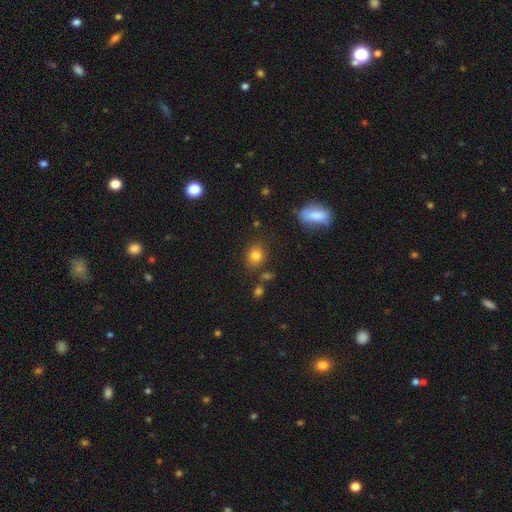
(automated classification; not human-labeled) Overall: smooth (80%). How rounded: round (57%; in between 42%). Merging: none (80%).